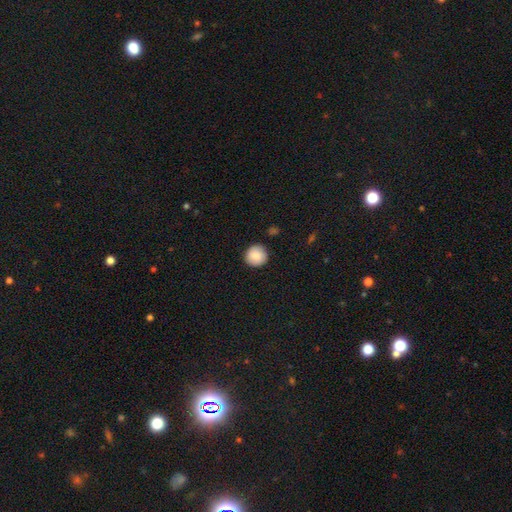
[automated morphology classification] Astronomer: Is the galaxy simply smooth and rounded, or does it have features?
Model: smooth — 86%.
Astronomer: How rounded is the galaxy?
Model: round — 94%.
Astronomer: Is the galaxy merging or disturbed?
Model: none — 89%.